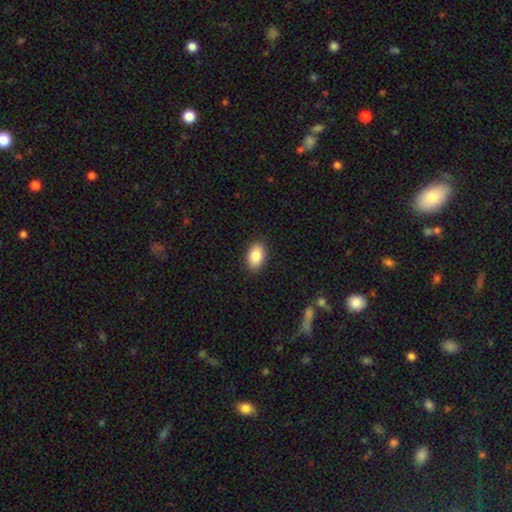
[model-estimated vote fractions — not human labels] smooth-or-featured: smooth: 86% | star or artifact: 7% | featured or disk: 7%
  how-rounded: in between: 91% | round: 8% | cigar-shaped: 2%
  merging: none: 89% | minor disturbance: 8% | major disturbance: 2% | merger: 1%